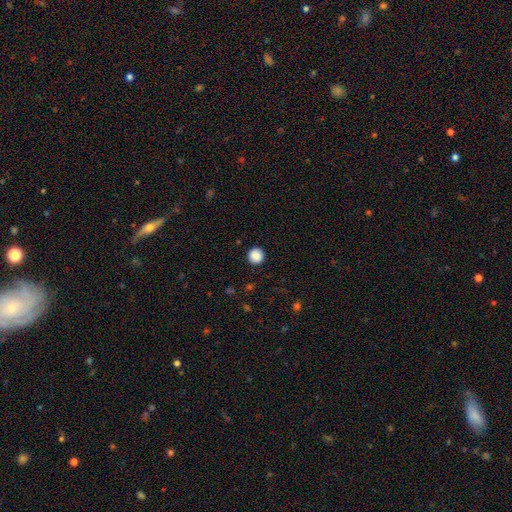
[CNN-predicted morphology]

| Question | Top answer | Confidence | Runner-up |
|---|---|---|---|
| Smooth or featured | smooth | 89% | star or artifact (9%) |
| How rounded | round | 94% | in between (5%) |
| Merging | none | 92% | minor disturbance (5%) |